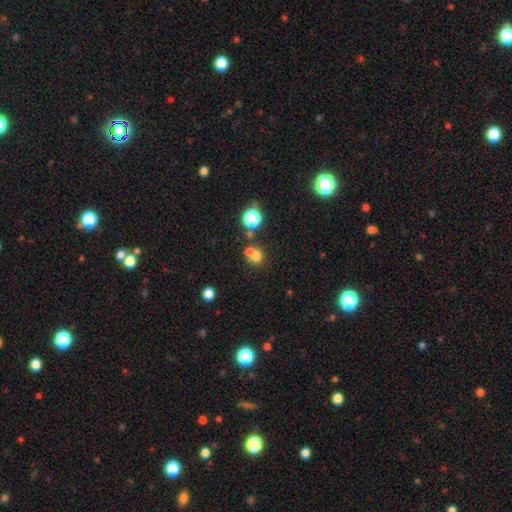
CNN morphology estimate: type=smooth (69%); roundness=round (80%); merging=merger (47%).